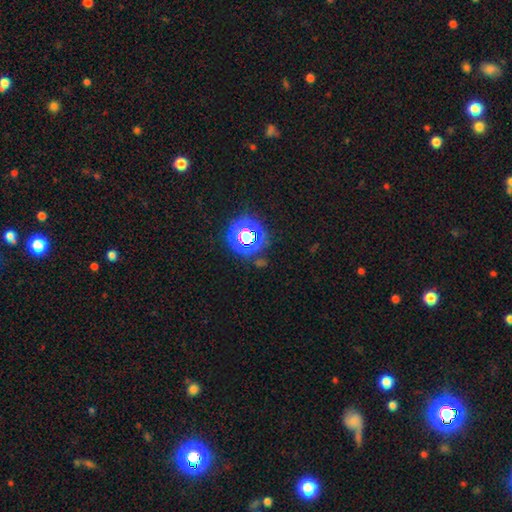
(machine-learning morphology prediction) A star or artifact, not a galaxy (77%).